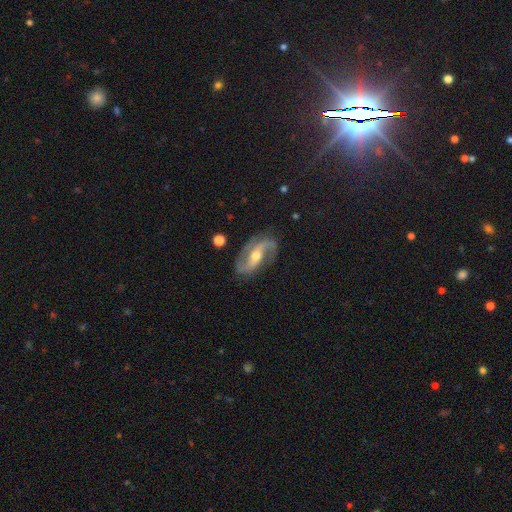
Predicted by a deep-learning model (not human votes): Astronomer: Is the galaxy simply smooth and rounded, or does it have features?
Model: featured or disk — 90%.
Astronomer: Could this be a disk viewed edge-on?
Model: no — 96%.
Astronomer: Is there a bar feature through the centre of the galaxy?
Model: strong — 40% (runner-up: weak, 33%).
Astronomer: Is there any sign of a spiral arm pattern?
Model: yes — 97%.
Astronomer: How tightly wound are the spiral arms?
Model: medium — 49% (runner-up: loose, 32%).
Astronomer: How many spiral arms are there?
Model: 2 — 93%.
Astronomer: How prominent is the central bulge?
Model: moderate — 65%.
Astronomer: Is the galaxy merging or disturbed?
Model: none — 81%.